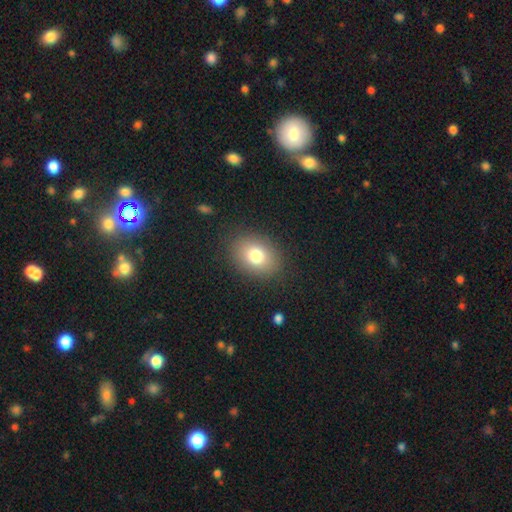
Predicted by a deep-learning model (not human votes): Q: Smooth or featured?
A: smooth (78%); runner-up: featured or disk (11%)
Q: How rounded?
A: in between (65%); runner-up: round (34%)
Q: Merging?
A: none (86%); runner-up: minor disturbance (9%)